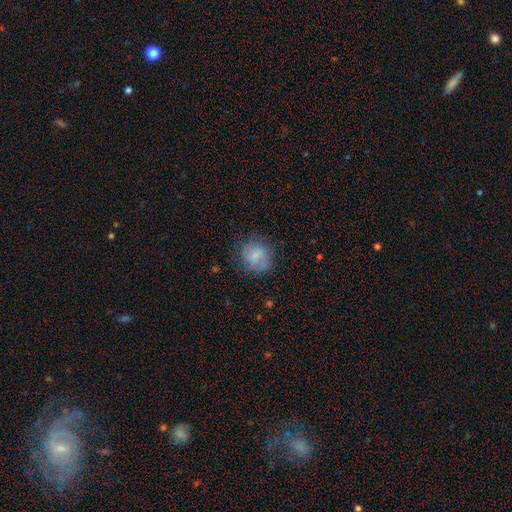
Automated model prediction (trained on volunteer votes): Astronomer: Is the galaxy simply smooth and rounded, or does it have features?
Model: smooth — 70%.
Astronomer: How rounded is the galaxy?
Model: round — 74%.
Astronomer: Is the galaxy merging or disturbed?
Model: none — 64%.